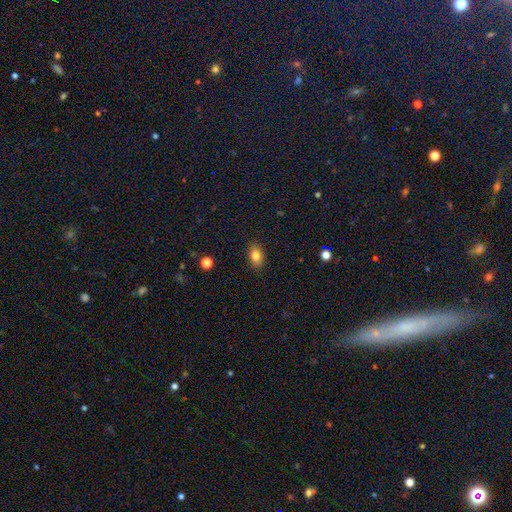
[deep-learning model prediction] smooth-or-featured: smooth: 81% | featured or disk: 10% | star or artifact: 9%
  how-rounded: in between: 85% | round: 12% | cigar-shaped: 3%
  merging: none: 88% | minor disturbance: 9% | major disturbance: 2% | merger: 1%